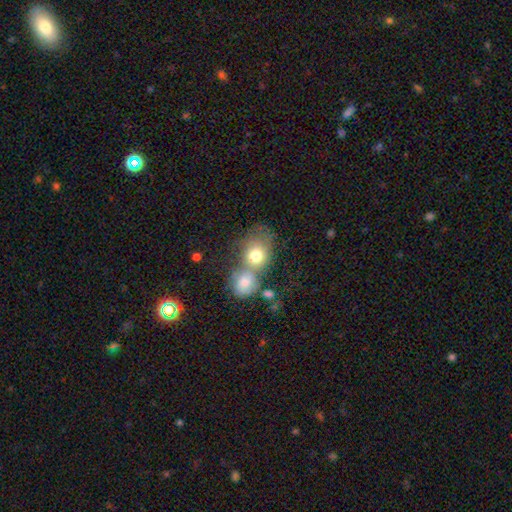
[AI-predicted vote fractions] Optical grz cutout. It shows a smooth galaxy with no disk features (74%) that is round (61%). Merging: merger (60%).